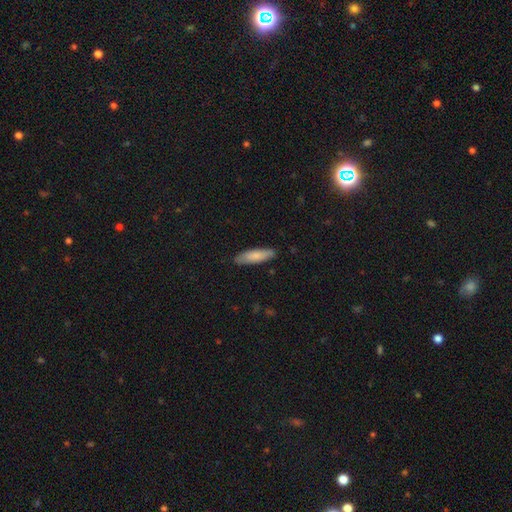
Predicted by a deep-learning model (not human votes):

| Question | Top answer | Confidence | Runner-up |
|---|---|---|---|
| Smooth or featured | smooth | 81% | featured or disk (14%) |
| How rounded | cigar-shaped | 64% | in between (35%) |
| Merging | none | 86% | minor disturbance (11%) |